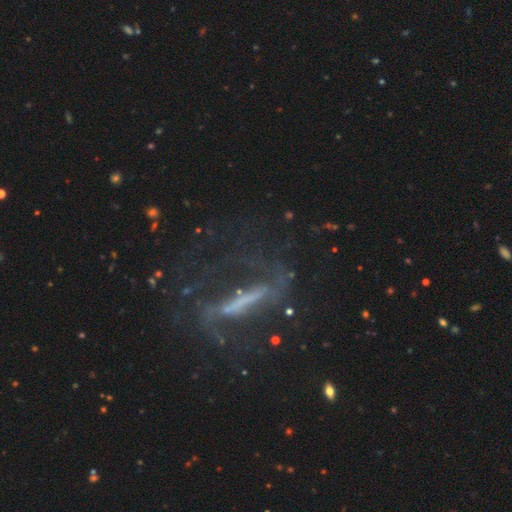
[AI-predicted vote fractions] A featured or disk galaxy (69%).

Vote fractions:
- Smooth or featured? featured or disk: 69% / star or artifact: 17% / smooth: 14%
- Edge-on disk? no: 59% / yes: 41%
- Merging? none: 55% / major disturbance: 25% / minor disturbance: 17% / merger: 3%